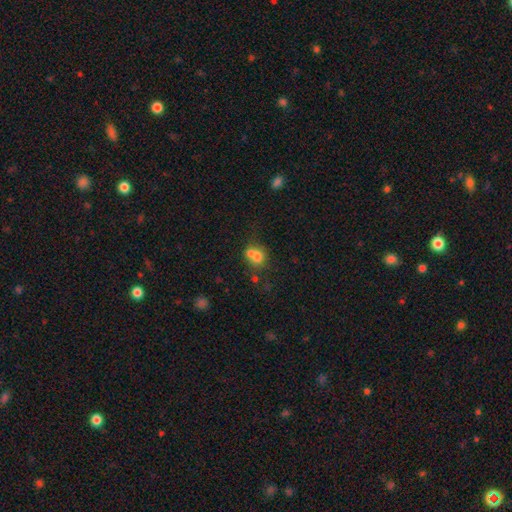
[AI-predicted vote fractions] Morphology: type=smooth (70%); roundness=round (69%); merging=merger (61%).